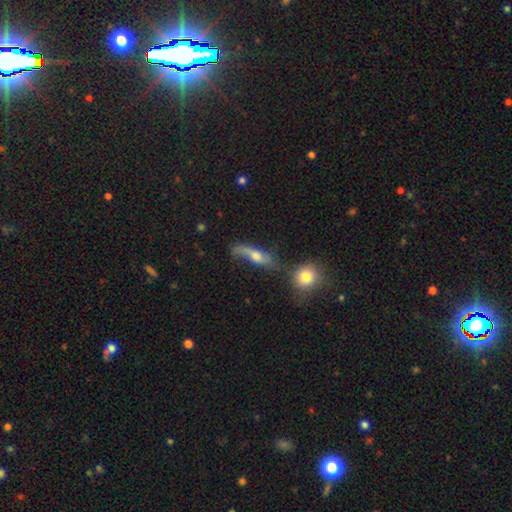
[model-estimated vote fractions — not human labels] A featured or disk galaxy (53%).

Vote fractions:
- Smooth or featured? featured or disk: 53% / smooth: 36% / star or artifact: 12%
- Edge-on disk? no: 61% / yes: 39%
- Merging? none: 45% / minor disturbance: 22% / major disturbance: 20% / merger: 13%